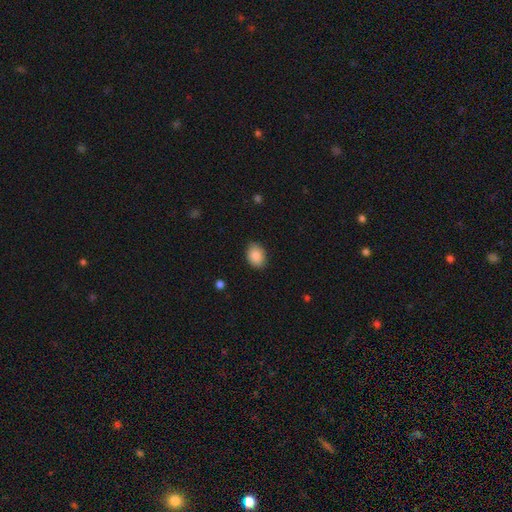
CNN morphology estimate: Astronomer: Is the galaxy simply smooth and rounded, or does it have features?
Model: smooth — 89%.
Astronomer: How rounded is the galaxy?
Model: in between — 73%.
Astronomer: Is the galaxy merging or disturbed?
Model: none — 87%.